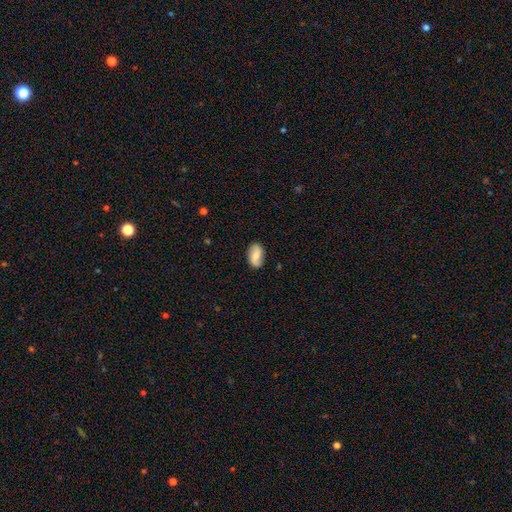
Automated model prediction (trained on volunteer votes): Smooth or featured: smooth — 62% (featured or disk — 30%)
How rounded: in between — 91% (round — 7%)
Merging: none — 82% (minor disturbance — 14%)